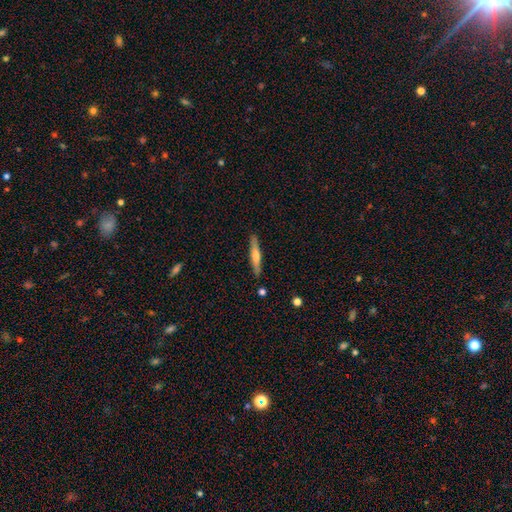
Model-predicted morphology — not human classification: A featured or disk galaxy (49%). Merging: none (88%).